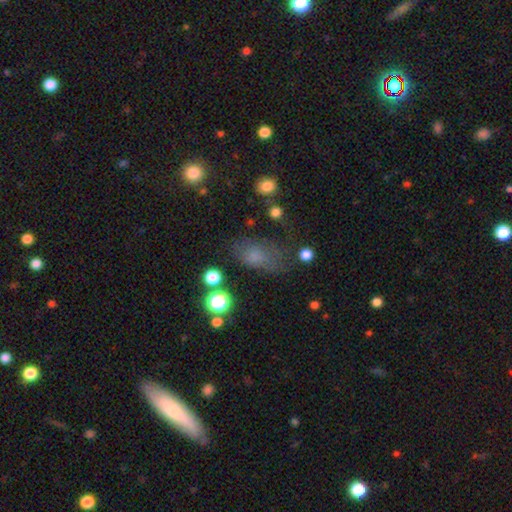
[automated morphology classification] smooth-or-featured: smooth: 65% | star or artifact: 18% | featured or disk: 17%
  how-rounded: in between: 81% | round: 15% | cigar-shaped: 4%
  merging: none: 49% | minor disturbance: 26% | major disturbance: 20% | merger: 5%